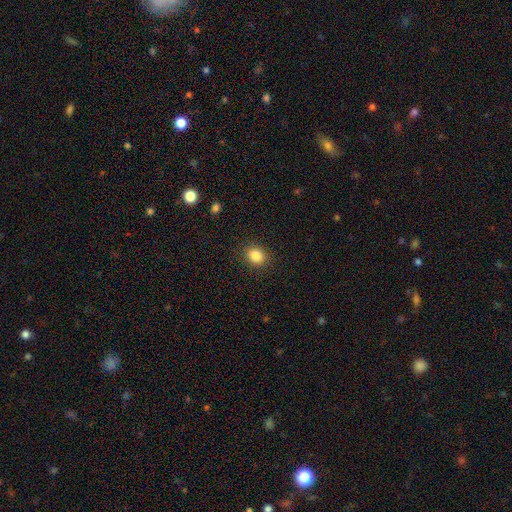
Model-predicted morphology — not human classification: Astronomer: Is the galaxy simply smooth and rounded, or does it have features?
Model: smooth — 85%.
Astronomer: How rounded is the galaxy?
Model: round — 64%.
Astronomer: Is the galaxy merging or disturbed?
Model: none — 90%.